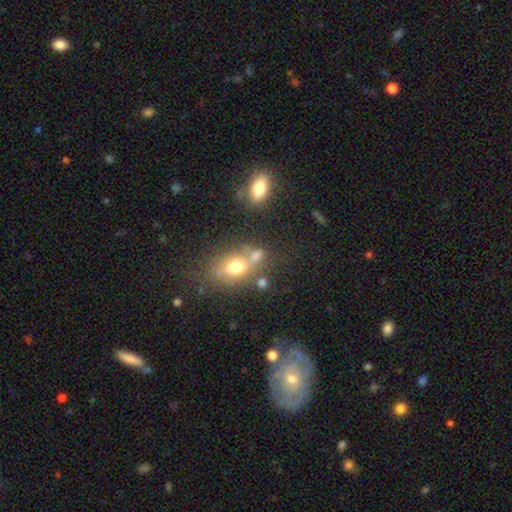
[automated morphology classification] type=smooth (67%); roundness=in between (58%); merging=none (47%).